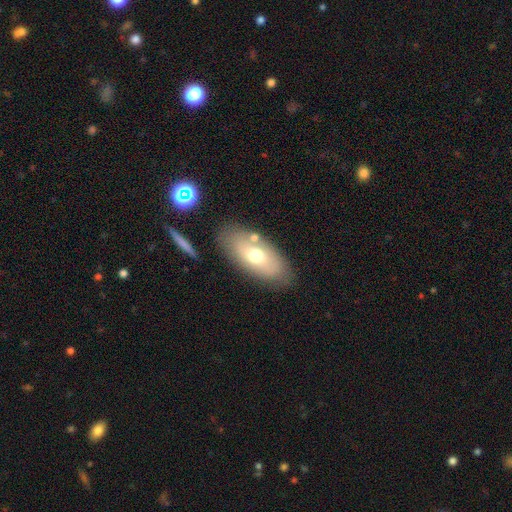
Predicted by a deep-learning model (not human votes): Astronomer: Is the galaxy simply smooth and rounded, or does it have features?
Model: smooth — 64%.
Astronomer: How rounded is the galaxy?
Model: in between — 90%.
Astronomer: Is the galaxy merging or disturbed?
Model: none — 75%.